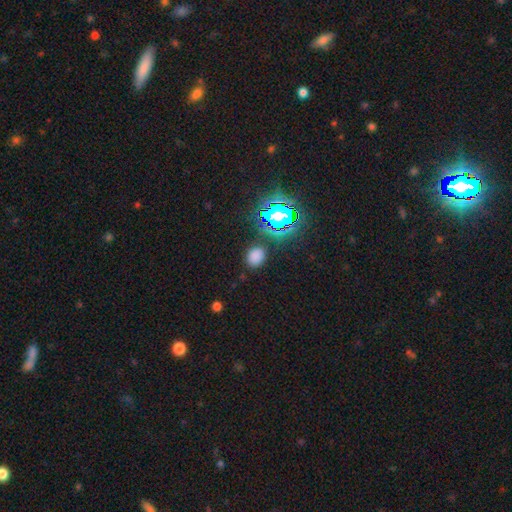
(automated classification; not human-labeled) A smooth galaxy with no disk features (70%) that is in between round and cigar-shaped (51%).

Vote fractions:
- Smooth or featured? smooth: 70% / star or artifact: 24% / featured or disk: 6%
- How rounded? in between: 51% / round: 47% / cigar-shaped: 1%
- Merging? none: 84% / minor disturbance: 10% / major disturbance: 3% / merger: 2%